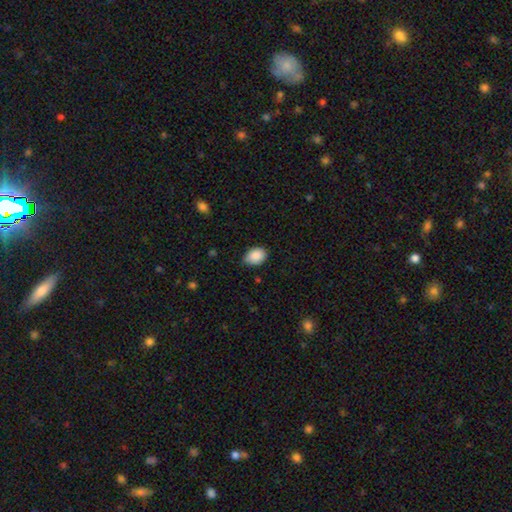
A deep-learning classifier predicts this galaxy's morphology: Overall: smooth (89%). How rounded: in between (77%). Merging: none (72%).